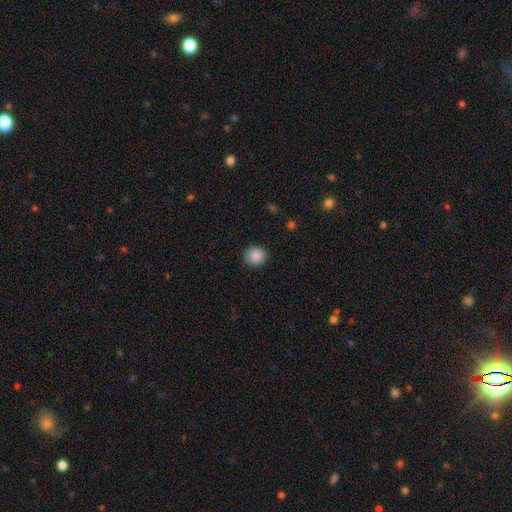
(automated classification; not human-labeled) The model was most divided on "how rounded": round: 88%, in between: 11%, cigar-shaped: 1%. More confident: merging — none (89%); smooth or featured — smooth (88%).